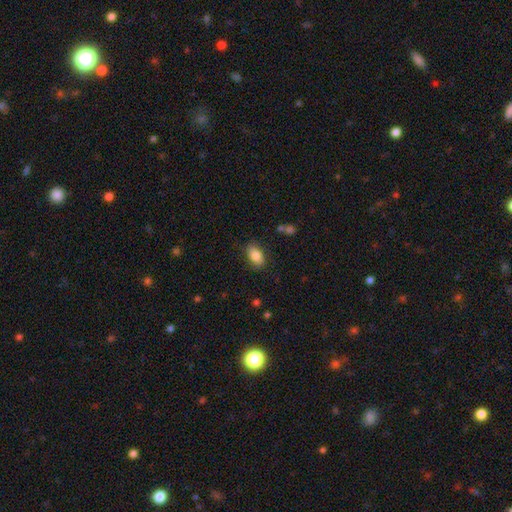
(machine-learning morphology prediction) Smooth or featured: smooth — 83% (featured or disk — 10%)
How rounded: in between — 90% (round — 6%)
Merging: none — 83% (minor disturbance — 13%)